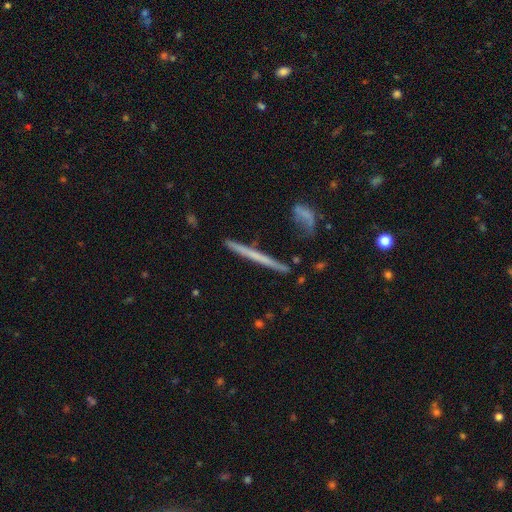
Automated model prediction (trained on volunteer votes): Smooth or featured: featured or disk — 52% (smooth — 41%)
Edge-on disk: yes — 96% (no — 4%)
Merging: none — 83% (minor disturbance — 11%)